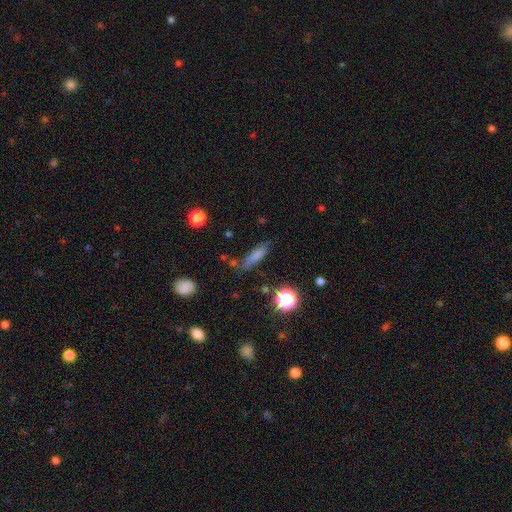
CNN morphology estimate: type=smooth (74%); roundness=cigar-shaped (69%); merging=none (71%).